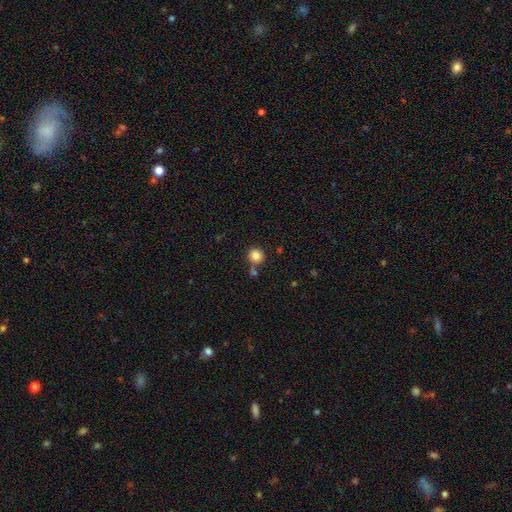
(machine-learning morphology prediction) Smooth or featured? Predicted: smooth (p=0.84). How rounded? Predicted: round (p=0.90). Merging? Predicted: none (p=0.73).